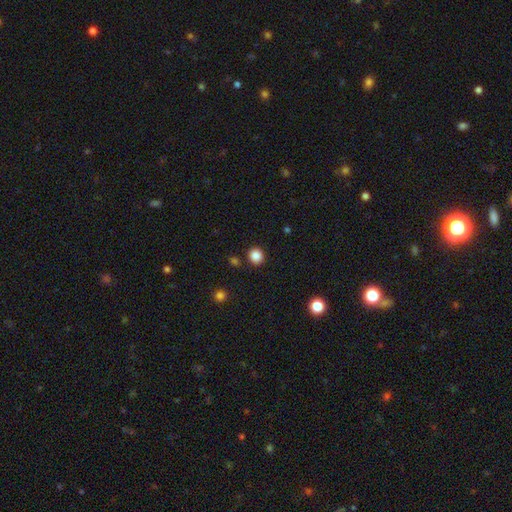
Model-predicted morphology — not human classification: smooth-or-featured: smooth: 86% | star or artifact: 11% | featured or disk: 3%
  how-rounded: round: 88% | in between: 11% | cigar-shaped: 1%
  merging: none: 89% | minor disturbance: 6% | merger: 3% | major disturbance: 2%